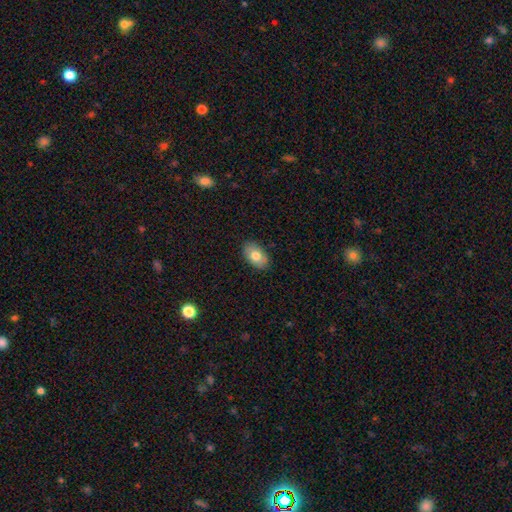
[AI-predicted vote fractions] Q: Smooth or featured?
A: smooth (77%); runner-up: featured or disk (15%)
Q: How rounded?
A: in between (91%); runner-up: round (8%)
Q: Merging?
A: none (87%); runner-up: minor disturbance (10%)